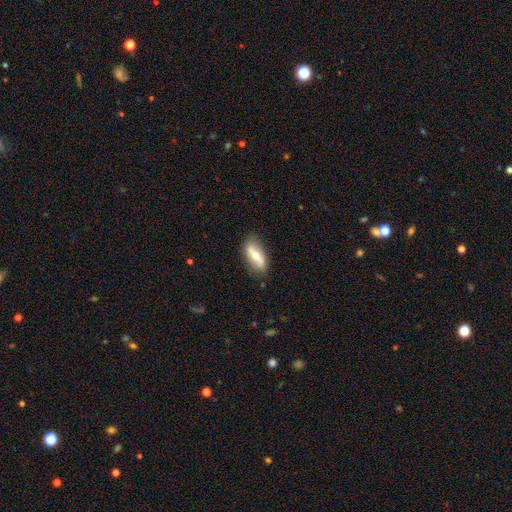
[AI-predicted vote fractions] featured or disk 52%, smooth 42%, star or artifact 6%. Down the decision tree: edge-on disk — no (74%); merging — none (80%).